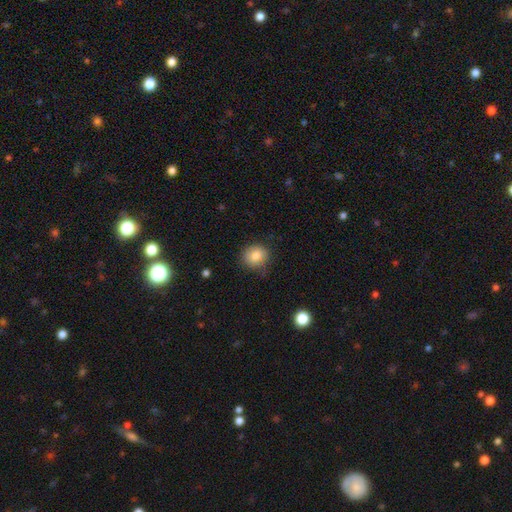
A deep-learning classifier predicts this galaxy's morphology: smooth-or-featured: smooth: 81% | star or artifact: 10% | featured or disk: 9%
  how-rounded: round: 80% | in between: 19% | cigar-shaped: 1%
  merging: none: 77% | minor disturbance: 17% | major disturbance: 4% | merger: 1%